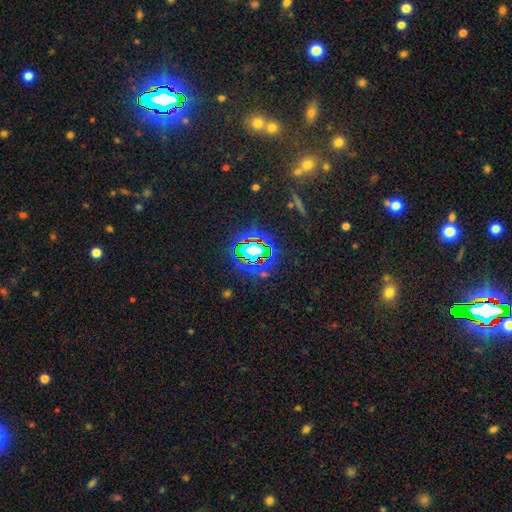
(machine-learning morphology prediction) Smooth or featured?
  - star or artifact: 79% *
  - smooth: 12%
  - featured or disk: 9%